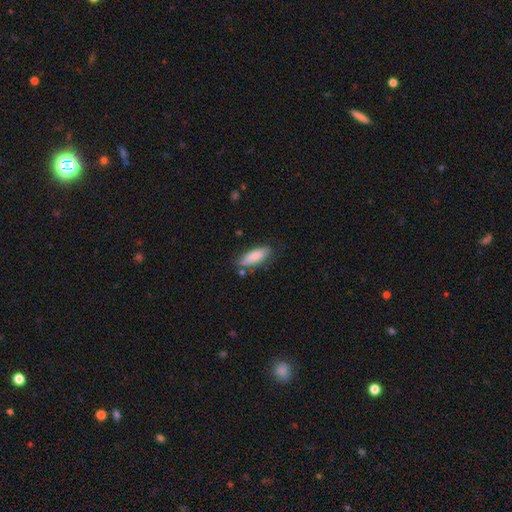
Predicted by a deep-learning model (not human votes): smooth_or_featured: smooth (p=0.82) [alt: featured or disk p=0.12]
how_rounded: in between (p=0.66) [alt: cigar-shaped p=0.33]
merging: none (p=0.71) [alt: minor disturbance p=0.20]